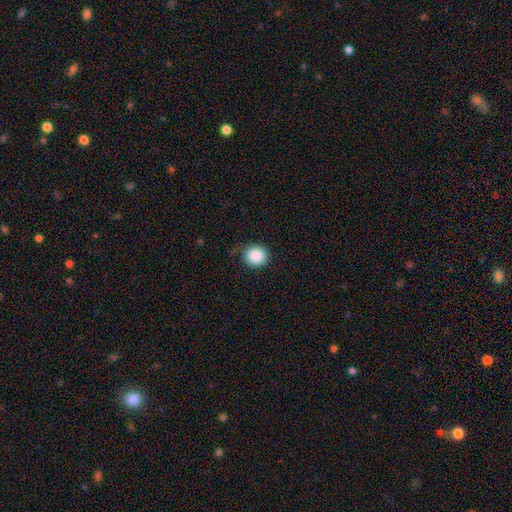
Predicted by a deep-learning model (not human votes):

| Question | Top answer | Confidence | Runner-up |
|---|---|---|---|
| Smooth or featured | smooth | 88% | star or artifact (8%) |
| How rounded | round | 89% | in between (10%) |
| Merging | none | 79% | minor disturbance (16%) |